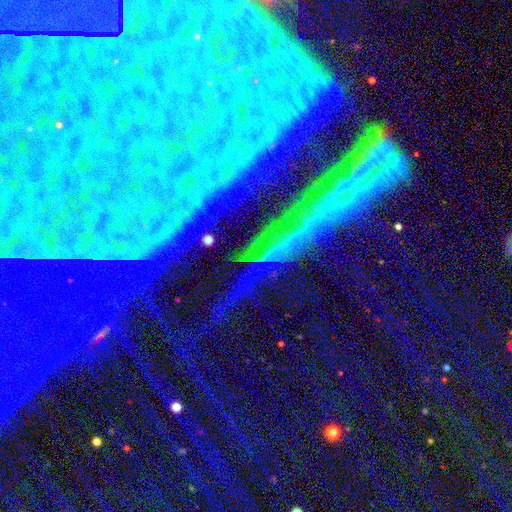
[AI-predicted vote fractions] A star or artifact, not a galaxy (76%).

Vote fractions:
- Smooth or featured? star or artifact: 76% / featured or disk: 13% / smooth: 11%